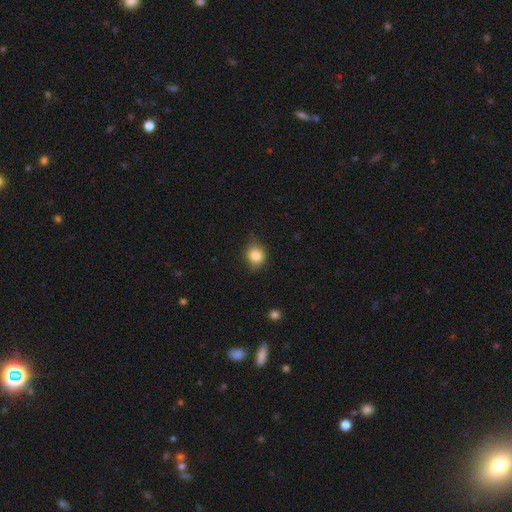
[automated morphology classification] smooth 83%, star or artifact 10%, featured or disk 8%. Down the decision tree: how rounded — round (72%); merging — none (68%).